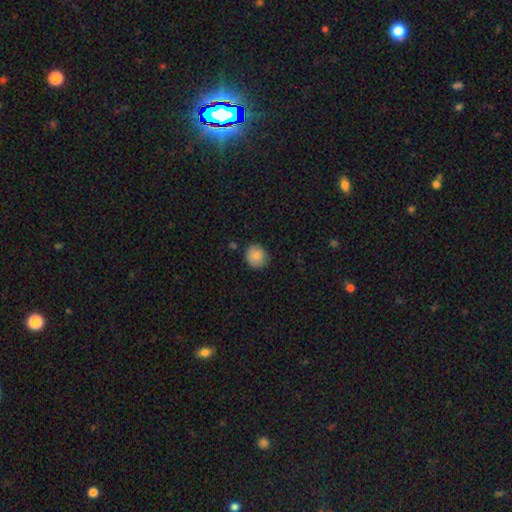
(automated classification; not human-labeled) The model was most divided on "merging": none: 82%, minor disturbance: 14%, major disturbance: 3%, merger: 2%. More confident: smooth or featured — smooth (87%); how rounded — round (86%).